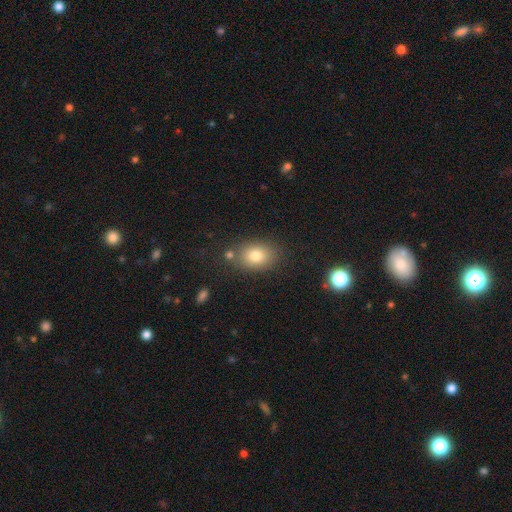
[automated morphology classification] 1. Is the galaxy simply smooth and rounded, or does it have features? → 79% smooth, 11% star or artifact, 10% featured or disk.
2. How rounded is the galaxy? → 73% in between, 26% round, 1% cigar-shaped.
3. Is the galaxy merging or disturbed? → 76% none, 13% minor disturbance, 7% merger, 4% major disturbance.